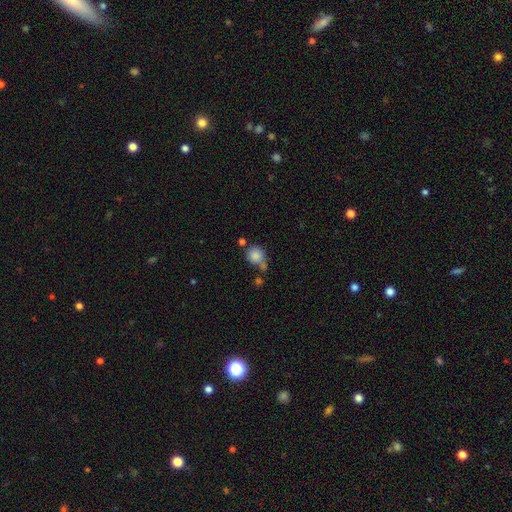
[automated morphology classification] This appears to be a smooth galaxy with no disk features (84%) that is round (84%). Merging: none (52%).